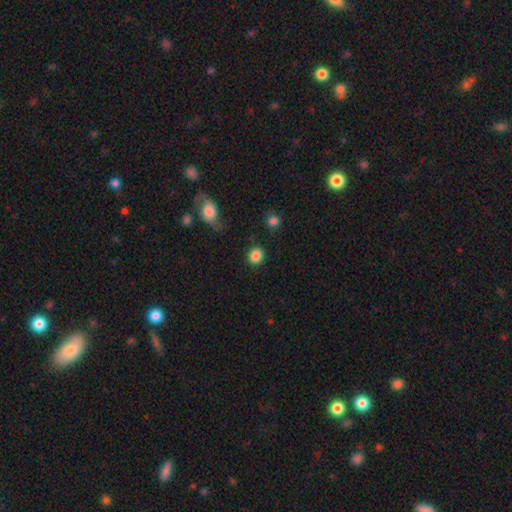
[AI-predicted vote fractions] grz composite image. It shows a smooth galaxy with no disk features (87%) that is round (79%). Merging: none (86%).